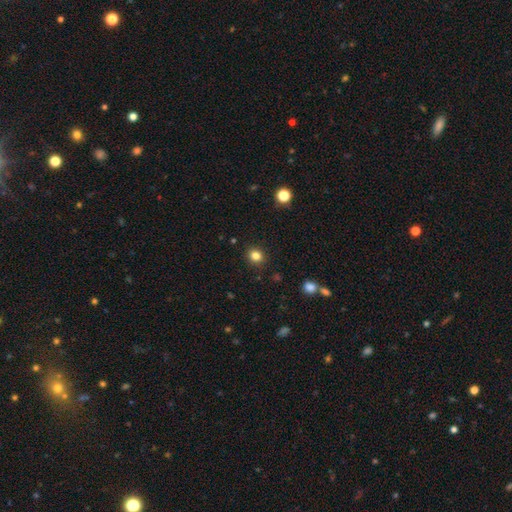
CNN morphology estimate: A smooth galaxy with no disk features (82%) that is round (82%).

Vote fractions:
- Smooth or featured? smooth: 82% / star or artifact: 13% / featured or disk: 5%
- How rounded? round: 82% / in between: 17% / cigar-shaped: 1%
- Merging? none: 91% / minor disturbance: 6% / major disturbance: 2% / merger: 1%